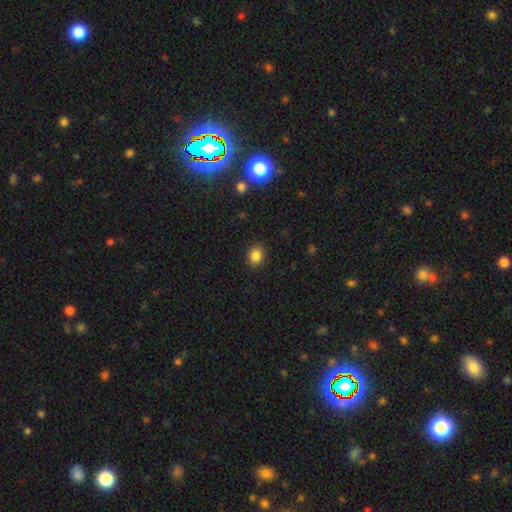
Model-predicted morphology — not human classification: type=smooth (85%); roundness=round (60%); merging=none (89%).